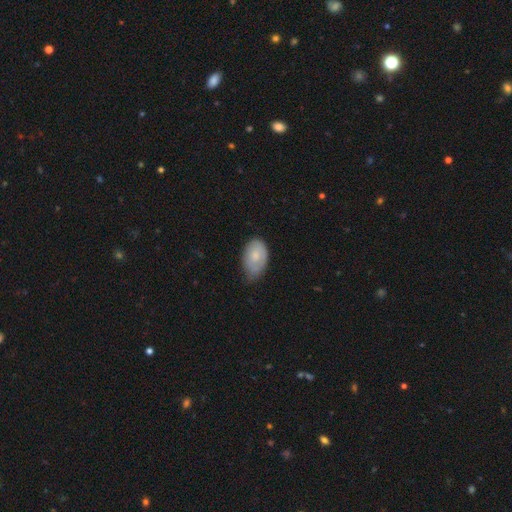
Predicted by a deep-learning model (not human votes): Morphology: type=smooth (74%); roundness=in between (90%); merging=minor disturbance (47%).